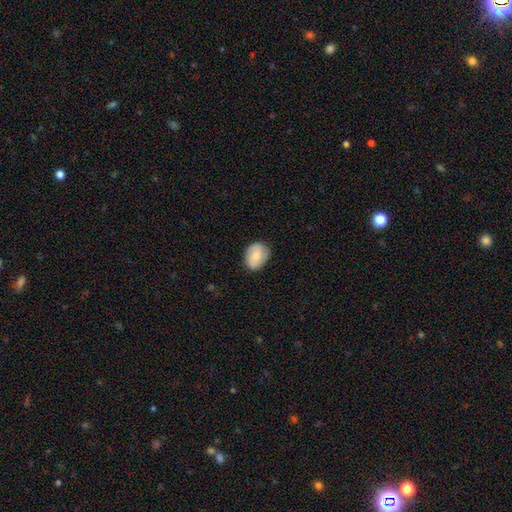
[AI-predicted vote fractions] Smooth or featured: smooth — 68% (featured or disk — 25%)
How rounded: in between — 67% (round — 32%)
Merging: none — 80% (minor disturbance — 16%)